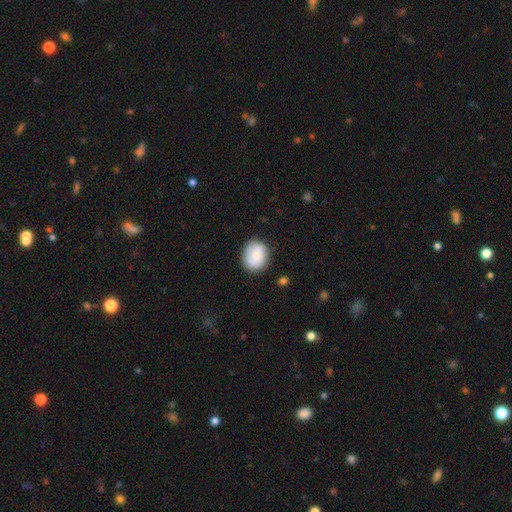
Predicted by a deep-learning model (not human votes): This is clearly a smooth galaxy (80%). How rounded: possibly round (56%). Merging: likely none (77%).